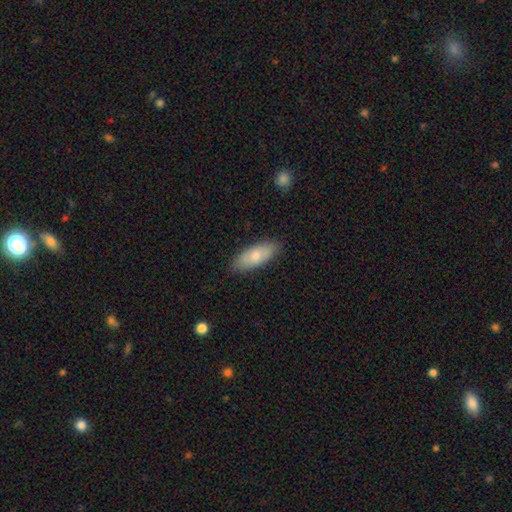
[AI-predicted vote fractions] This is likely a smooth galaxy (74%). How rounded: likely in between (76%). Merging: clearly none (86%).